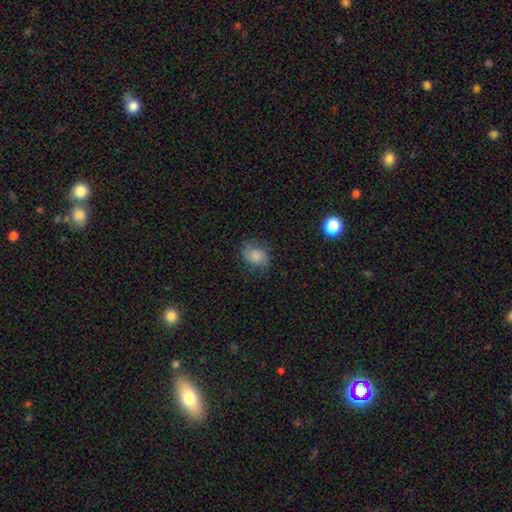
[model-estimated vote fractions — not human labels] smooth_or_featured: smooth (p=0.58) [alt: featured or disk p=0.31]
how_rounded: in between (p=0.60) [alt: round p=0.39]
merging: none (p=0.69) [alt: minor disturbance p=0.21]